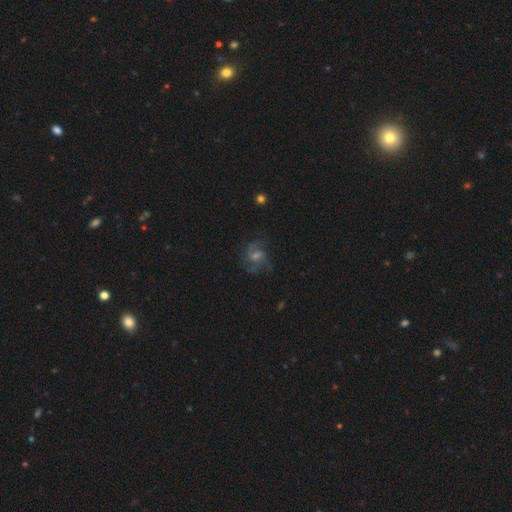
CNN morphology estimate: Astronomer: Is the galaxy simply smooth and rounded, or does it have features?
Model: featured or disk — 71%.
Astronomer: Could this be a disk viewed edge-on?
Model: no — 97%.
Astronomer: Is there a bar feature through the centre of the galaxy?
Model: no — 49% (runner-up: weak, 43%).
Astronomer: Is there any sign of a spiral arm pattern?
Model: yes — 93%.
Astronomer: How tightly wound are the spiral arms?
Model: medium — 54%.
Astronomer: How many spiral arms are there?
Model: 3 — 32% (runner-up: 2, 27%).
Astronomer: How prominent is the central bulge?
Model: moderate — 48% (runner-up: small, 36%).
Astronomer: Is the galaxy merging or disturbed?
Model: none — 72%.